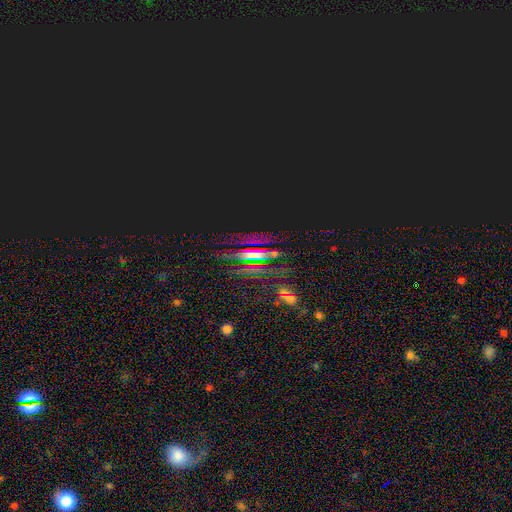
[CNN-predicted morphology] Smooth or featured? Predicted: featured or disk (p=0.43). Merging? Predicted: none (p=0.70).